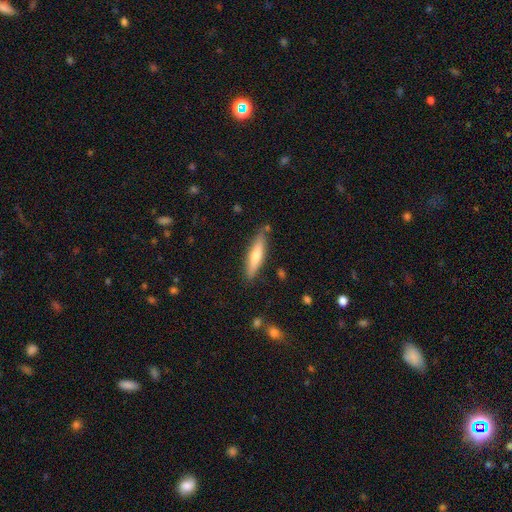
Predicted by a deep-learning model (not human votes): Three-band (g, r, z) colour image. It shows a smooth galaxy with no disk features (59%) that is cigar-shaped (80%). Merging: none (83%).